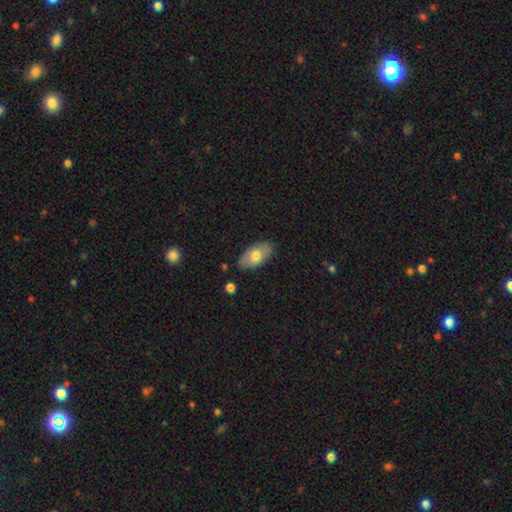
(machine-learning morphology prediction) Smooth or featured?
  - smooth: 68% *
  - featured or disk: 26%
  - star or artifact: 6%
How rounded?
  - in between: 93% *
  - round: 4%
  - cigar-shaped: 3%
Merging?
  - none: 81% *
  - minor disturbance: 14%
  - major disturbance: 3%
  - merger: 2%